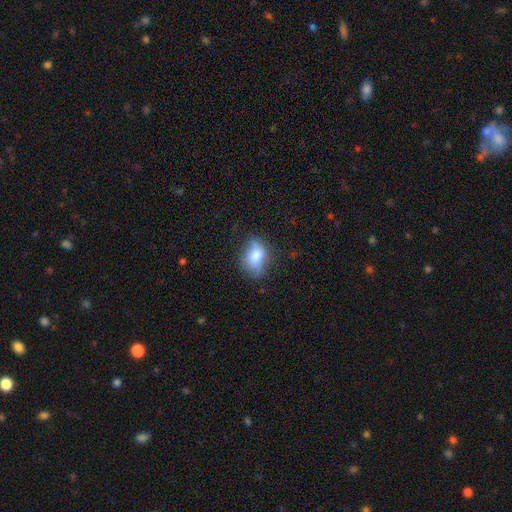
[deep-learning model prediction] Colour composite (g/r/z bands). It shows a smooth galaxy with no disk features (75%) that is in between round and cigar-shaped (81%). Merging: none (57%).